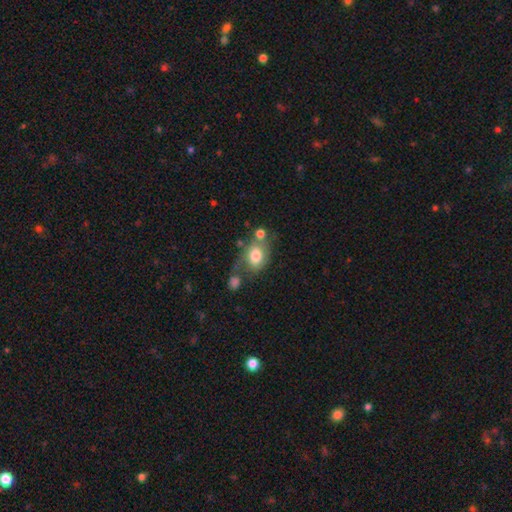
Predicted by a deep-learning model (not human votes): Smooth or featured? smooth (74%)
How rounded? in between (69%)
Merging? none (44%)